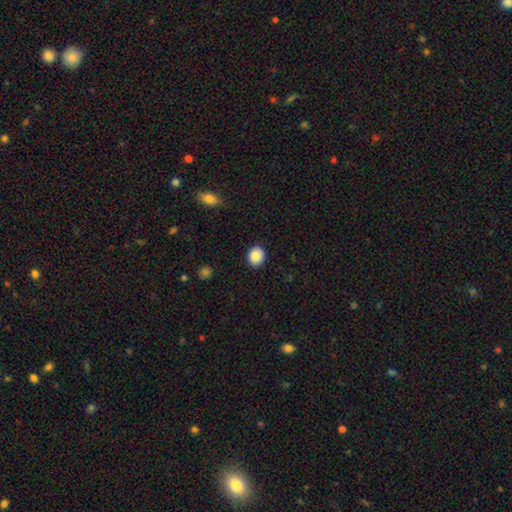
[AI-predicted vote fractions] This is clearly a smooth galaxy (88%). How rounded: likely round (65%). Merging: clearly none (89%).